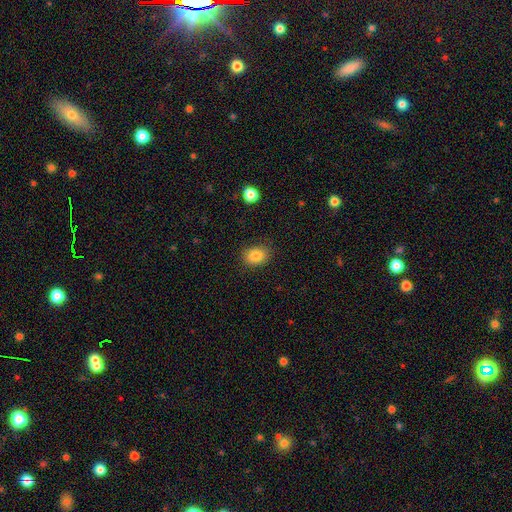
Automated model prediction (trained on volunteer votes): Overall: smooth (84%). How rounded: in between (54%; round 45%). Merging: none (83%).